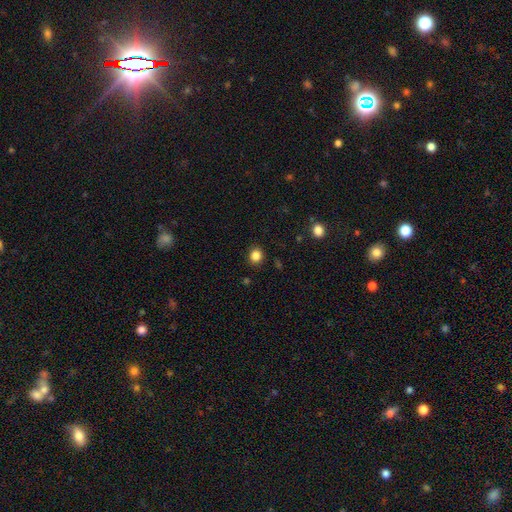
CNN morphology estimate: A smooth galaxy with no disk features (84%) that is round (80%).

Vote fractions:
- Smooth or featured? smooth: 84% / star or artifact: 12% / featured or disk: 4%
- How rounded? round: 80% / in between: 19% / cigar-shaped: 1%
- Merging? none: 89% / minor disturbance: 7% / major disturbance: 2% / merger: 1%